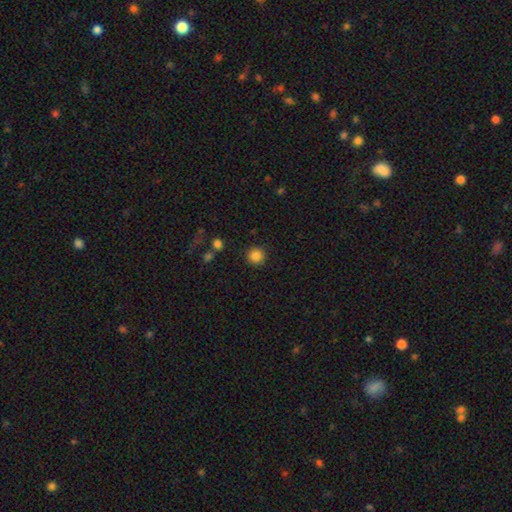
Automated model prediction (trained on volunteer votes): This is clearly a smooth galaxy (85%). How rounded: clearly round (94%). Merging: clearly none (89%).